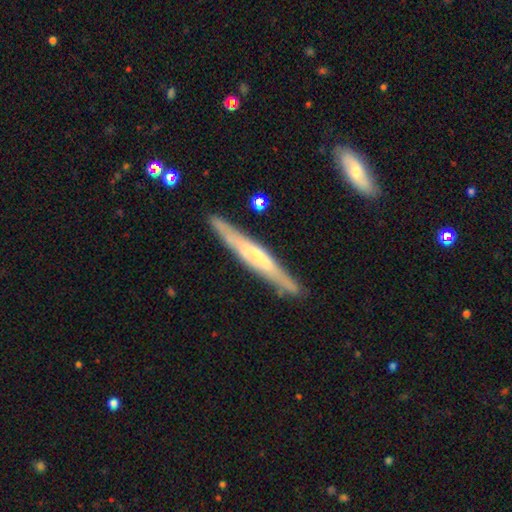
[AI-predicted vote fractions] This appears to be a featured or disk galaxy (63%) viewed edge-on (90%) with no central bulge (43%). Merging: none (85%).